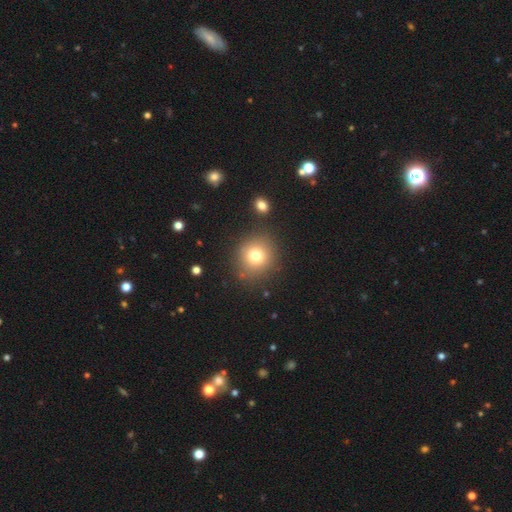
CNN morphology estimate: The model was most divided on "smooth or featured": smooth: 76%, star or artifact: 14%, featured or disk: 10%. More confident: how rounded — round (86%); merging — none (83%).